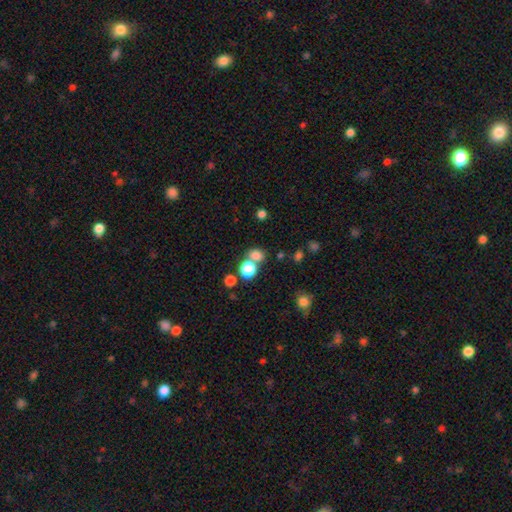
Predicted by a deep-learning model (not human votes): smooth 77%, star or artifact 17%, featured or disk 7%. Down the decision tree: how rounded — round (66%); merging — none (55%).